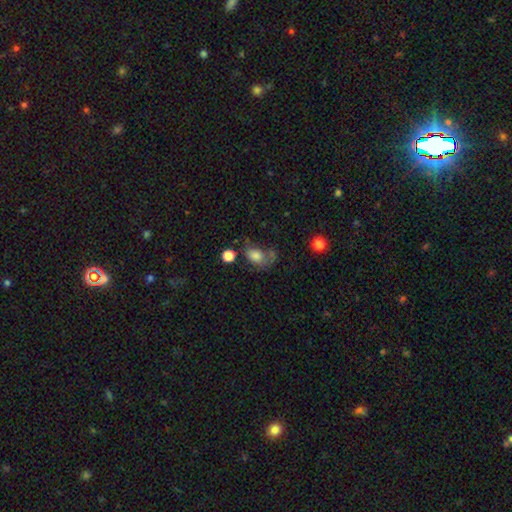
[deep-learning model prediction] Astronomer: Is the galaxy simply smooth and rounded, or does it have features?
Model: smooth — 74%.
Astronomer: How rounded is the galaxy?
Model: in between — 73%.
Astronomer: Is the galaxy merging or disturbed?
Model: none — 32% (runner-up: major disturbance, 25%).